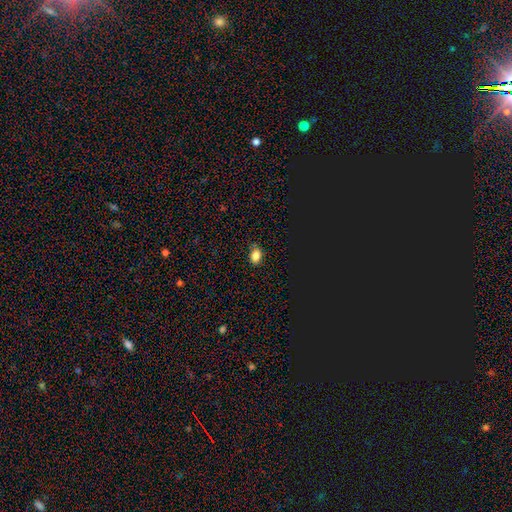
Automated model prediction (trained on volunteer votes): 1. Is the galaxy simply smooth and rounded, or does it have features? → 81% smooth, 14% star or artifact, 5% featured or disk.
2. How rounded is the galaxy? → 77% in between, 21% round, 2% cigar-shaped.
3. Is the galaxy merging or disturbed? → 82% none, 14% minor disturbance, 3% major disturbance, 1% merger.